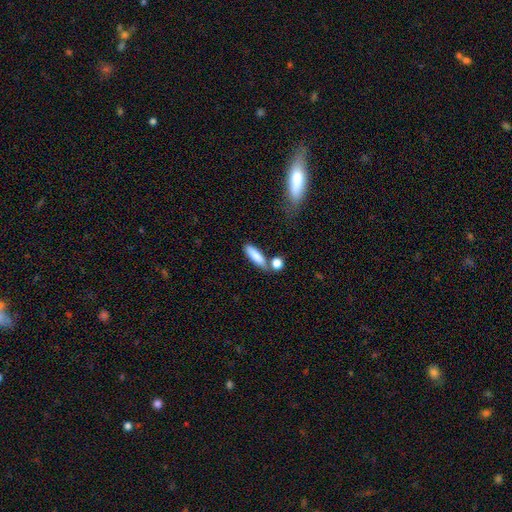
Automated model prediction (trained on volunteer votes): This is clearly a smooth galaxy (84%). How rounded: possibly cigar-shaped (56%). Merging: likely none (66%).